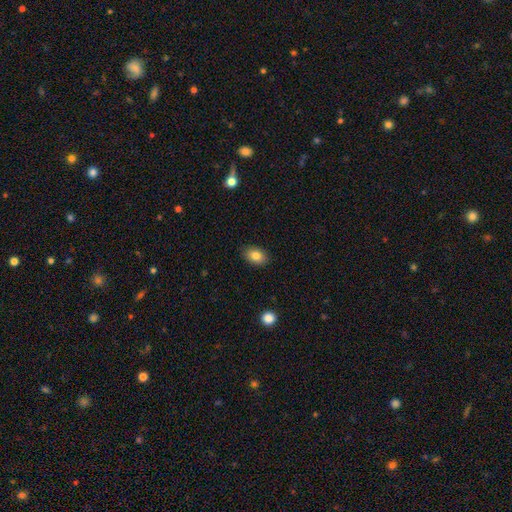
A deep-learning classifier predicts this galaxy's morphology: A smooth galaxy with no disk features (84%) that is in between round and cigar-shaped (82%).

Vote fractions:
- Smooth or featured? smooth: 84% / star or artifact: 8% / featured or disk: 8%
- How rounded? in between: 82% / round: 17% / cigar-shaped: 1%
- Merging? none: 88% / minor disturbance: 9% / major disturbance: 2% / merger: 1%